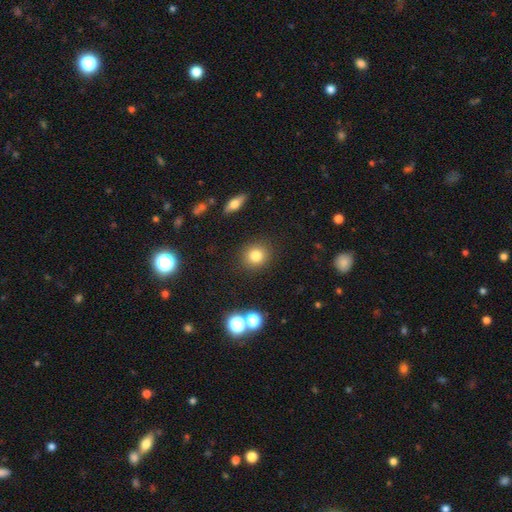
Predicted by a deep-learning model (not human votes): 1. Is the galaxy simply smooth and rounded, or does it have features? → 81% smooth, 12% star or artifact, 8% featured or disk.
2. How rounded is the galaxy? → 84% round, 15% in between, 1% cigar-shaped.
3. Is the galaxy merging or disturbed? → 88% none, 7% minor disturbance, 3% major disturbance, 2% merger.